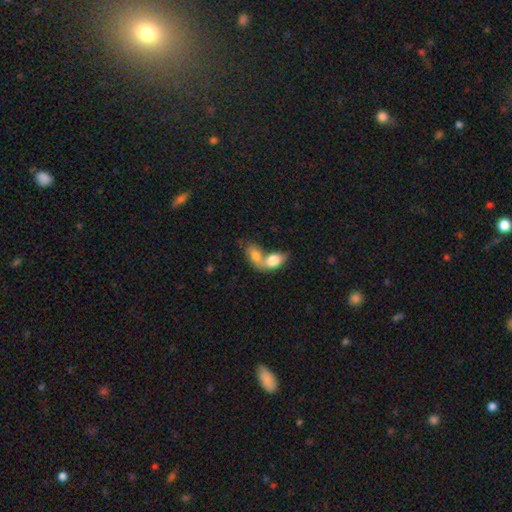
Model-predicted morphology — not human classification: Smooth or featured? Predicted: smooth (p=0.76). How rounded? Predicted: in between (p=0.85). Merging? Predicted: merger (p=0.78).